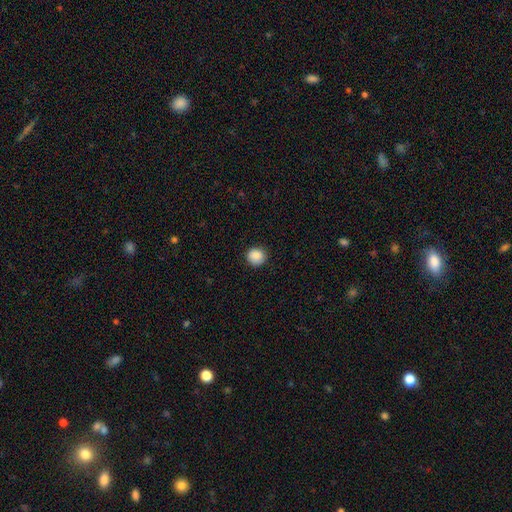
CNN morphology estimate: The model was most divided on "smooth or featured": smooth: 88%, star or artifact: 9%, featured or disk: 3%. More confident: how rounded — round (92%); merging — none (88%).